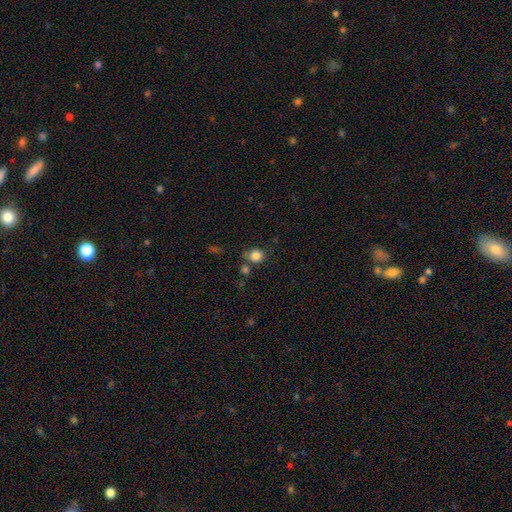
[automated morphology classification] Smooth or featured? smooth (83%)
How rounded? round (79%)
Merging? none (63%)